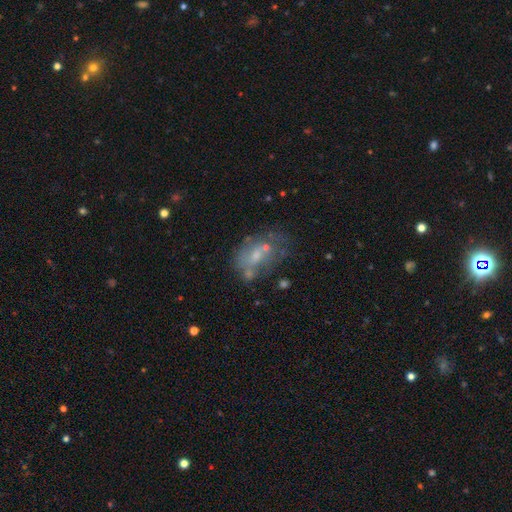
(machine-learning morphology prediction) Smooth or featured?
  - featured or disk: 48% *
  - smooth: 38%
  - star or artifact: 14%
Merging?
  - none: 37% *
  - major disturbance: 22%
  - minor disturbance: 22%
  - merger: 19%